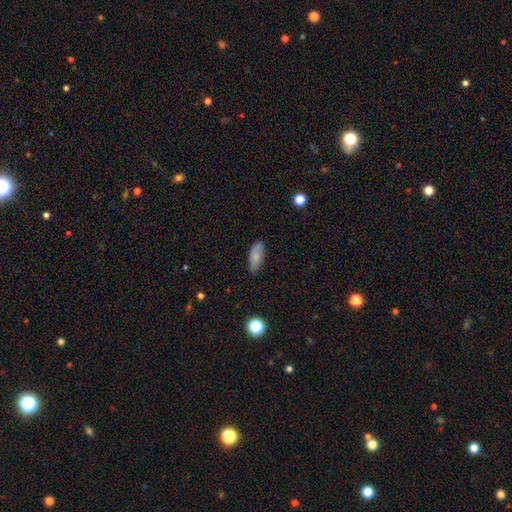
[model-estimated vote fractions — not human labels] Overall: smooth (80%). How rounded: in between (83%). Merging: none (78%).